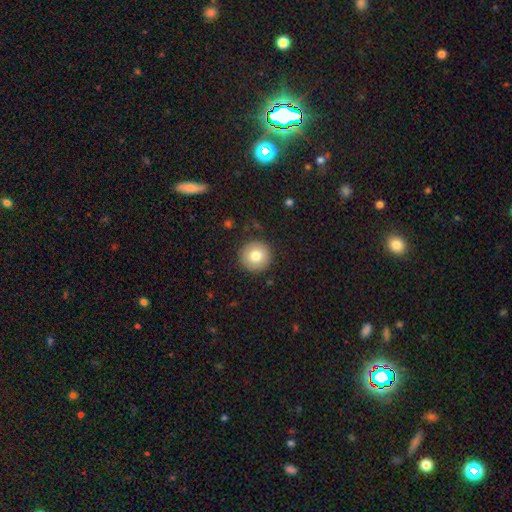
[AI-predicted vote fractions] This appears to be a smooth galaxy with no disk features (79%) that is round (95%). Merging: none (90%).